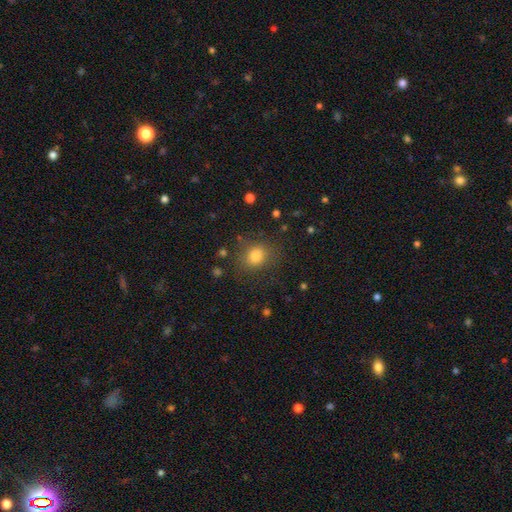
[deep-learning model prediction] Smooth or featured? smooth (81%)
How rounded? round (67%)
Merging? none (81%)